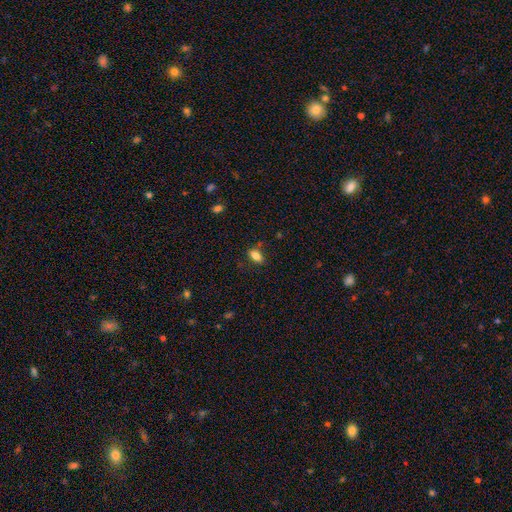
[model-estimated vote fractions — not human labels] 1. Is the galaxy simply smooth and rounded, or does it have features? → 84% smooth, 9% star or artifact, 7% featured or disk.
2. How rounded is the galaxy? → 87% in between, 8% round, 5% cigar-shaped.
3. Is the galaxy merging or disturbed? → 80% none, 13% minor disturbance, 3% major disturbance, 3% merger.